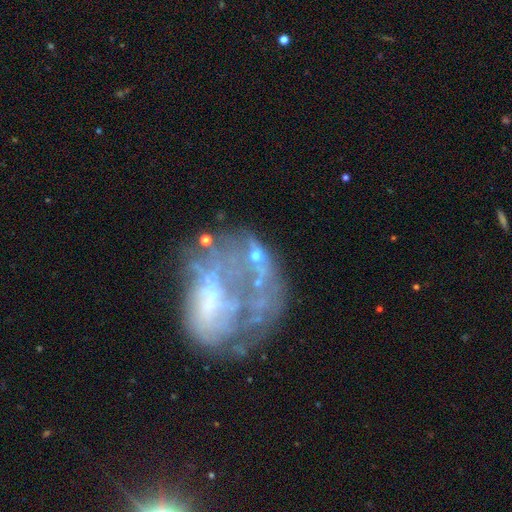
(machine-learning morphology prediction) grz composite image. It shows a featured or disk galaxy (50%). Merging: none (37%).